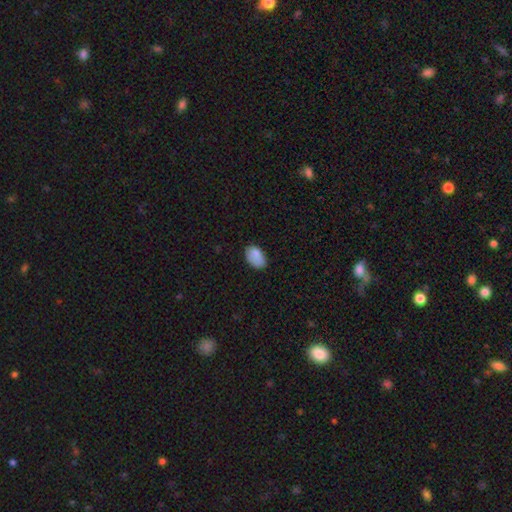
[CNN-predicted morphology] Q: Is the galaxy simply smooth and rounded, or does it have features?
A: smooth — 83%.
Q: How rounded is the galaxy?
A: in between — 89%.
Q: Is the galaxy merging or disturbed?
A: none — 65%.